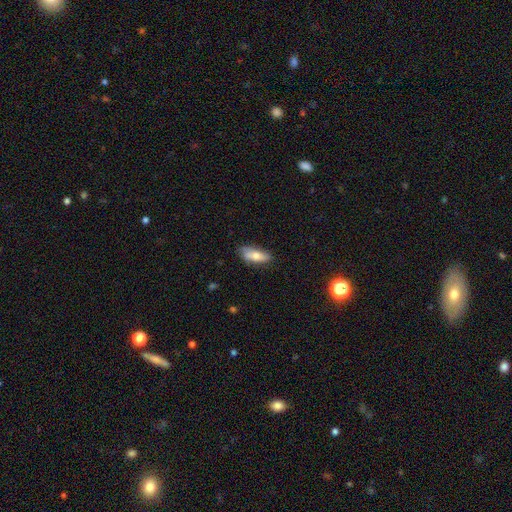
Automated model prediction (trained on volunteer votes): Smooth or featured? Predicted: smooth (p=0.67). How rounded? Predicted: in between (p=0.72). Merging? Predicted: none (p=0.69).